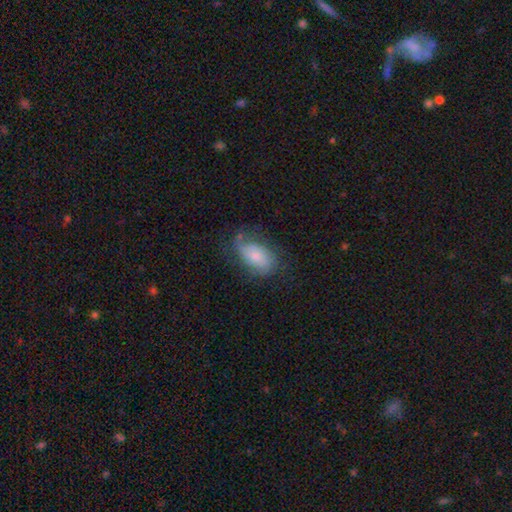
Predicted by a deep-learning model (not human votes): smooth_or_featured: smooth (p=0.58) [alt: featured or disk p=0.34]
how_rounded: in between (p=0.92) [alt: round p=0.06]
merging: none (p=0.52) [alt: minor disturbance p=0.28]